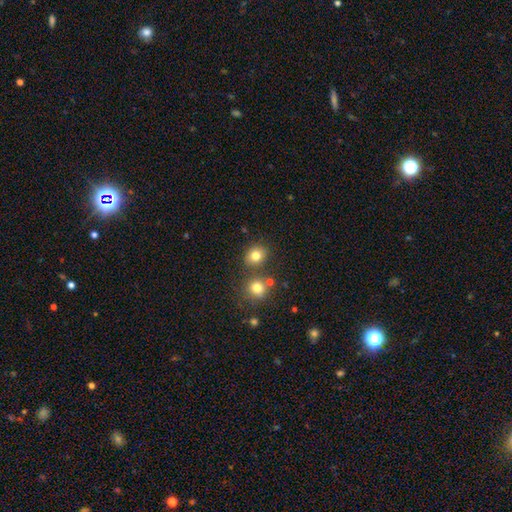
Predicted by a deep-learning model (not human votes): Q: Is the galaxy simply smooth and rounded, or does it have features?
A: smooth — 78%.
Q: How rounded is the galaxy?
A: round — 72%.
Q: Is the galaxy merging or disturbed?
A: none — 75%.